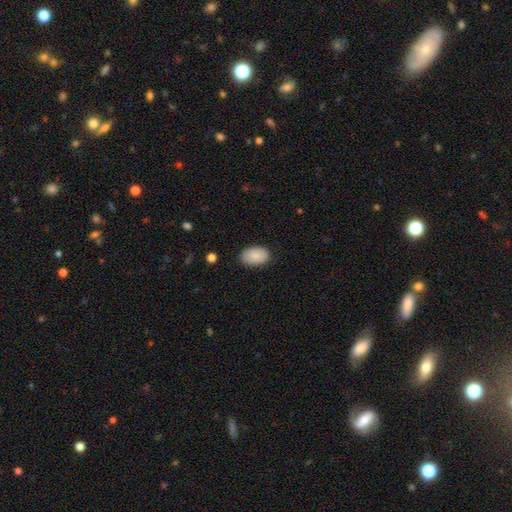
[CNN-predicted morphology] smooth_or_featured: smooth (p=0.88) [alt: star or artifact p=0.06]
how_rounded: in between (p=0.92) [alt: round p=0.07]
merging: none (p=0.84) [alt: minor disturbance p=0.12]